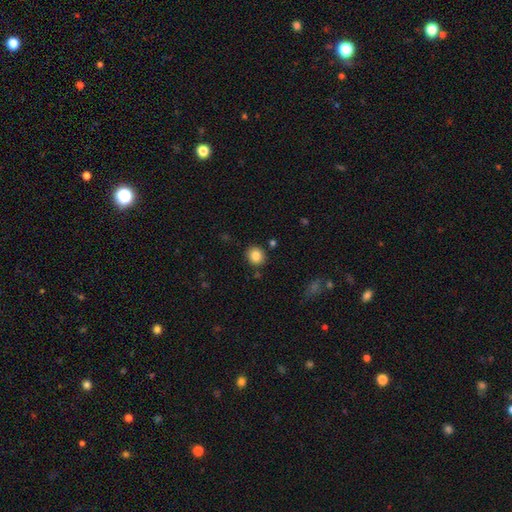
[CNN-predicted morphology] This appears to be a smooth galaxy with no disk features (84%) that is round (84%). Merging: none (87%).